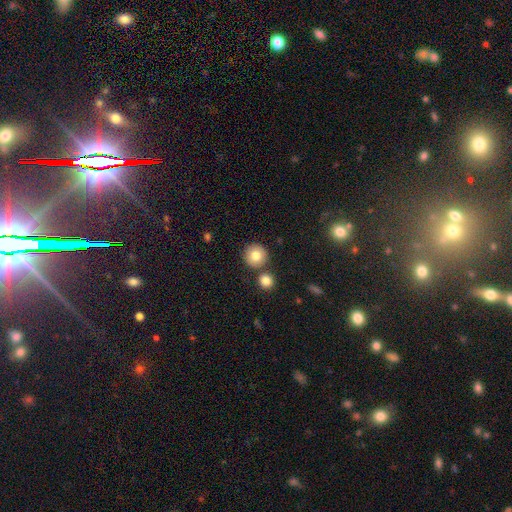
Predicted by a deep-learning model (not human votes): Smooth or featured? Predicted: smooth (p=0.82). How rounded? Predicted: round (p=0.94). Merging? Predicted: none (p=0.78).